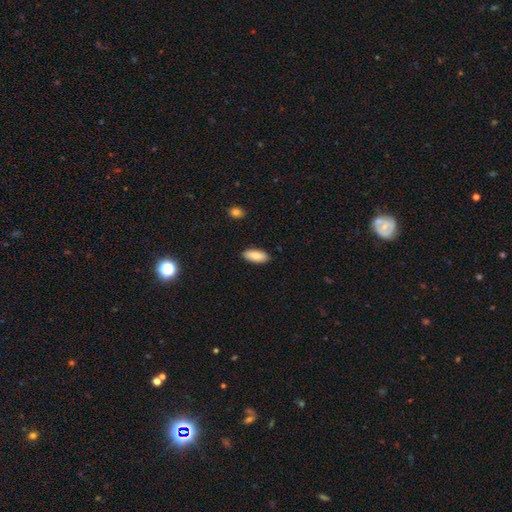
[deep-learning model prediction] The model was most divided on "how rounded": in between: 83%, cigar-shaped: 15%, round: 2%. More confident: merging — none (88%); smooth or featured — smooth (85%).